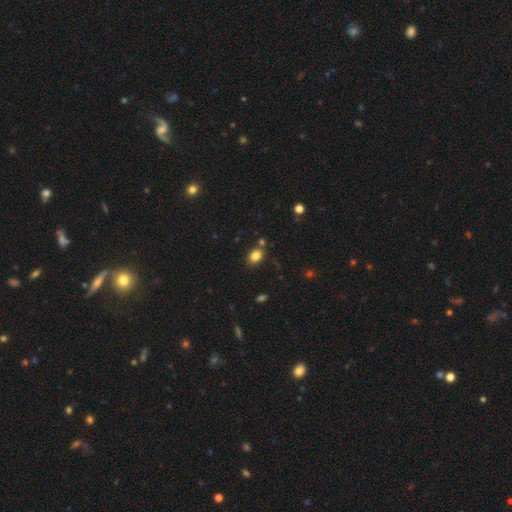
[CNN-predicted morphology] This appears to be a smooth galaxy with no disk features (83%) that is in between round and cigar-shaped (66%). Merging: none (77%).